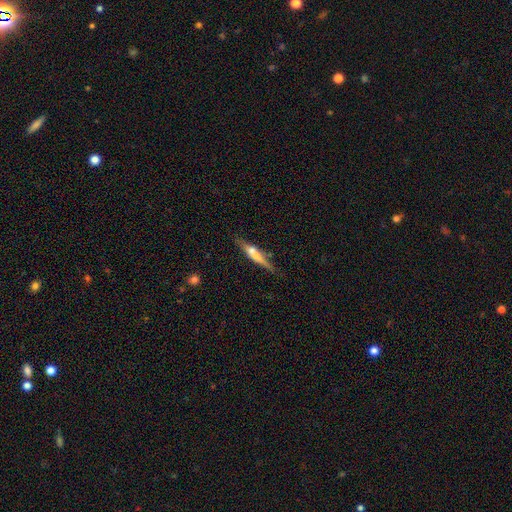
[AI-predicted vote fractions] Overall: featured or disk (49%; smooth 45%). Merging: none (74%).